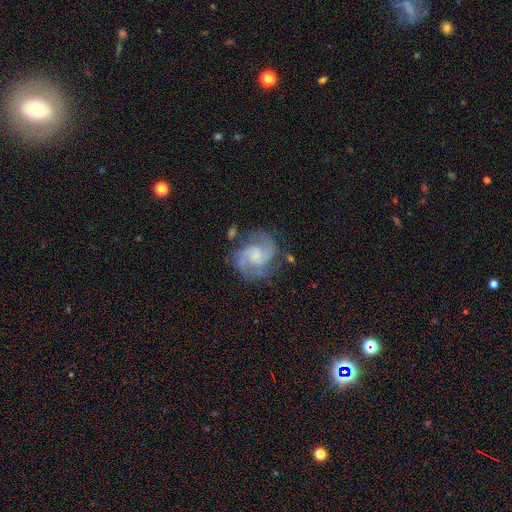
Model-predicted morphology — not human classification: smooth-or-featured: featured or disk: 86% | smooth: 9% | star or artifact: 6%
  disk-edge-on: no: 98% | yes: 2%
    bar: no: 60% | weak: 34% | strong: 6%
    has-spiral-arms: yes: 97% | no: 3%
      spiral-winding: medium: 52% | tight: 34% | loose: 14%
      spiral-arm-count: 2: 68% | 3: 16% | can't tell: 8% | 1: 3% | 4: 3% | more than 4: 2%
    bulge-size: small: 56% | moderate: 24% | none: 14% | large: 4% | dominant: 1%
  merging: none: 69% | minor disturbance: 18% | major disturbance: 10% | merger: 4%